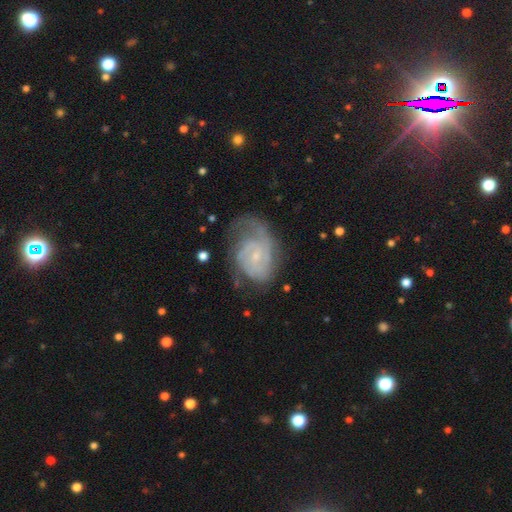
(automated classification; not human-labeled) A featured or disk galaxy (83%) with no bar (63%), 2 (38%) tight (55%) spiral arms (95%) and a small central bulge (76%).

Vote fractions:
- Smooth or featured? featured or disk: 83% / smooth: 11% / star or artifact: 6%
- Edge-on disk? no: 98% / yes: 2%
- Bar? no: 63% / weak: 33% / strong: 5%
- Spiral arms? yes: 95% / no: 5%
- Spiral winding? tight: 55% / medium: 34% / loose: 10%
- Spiral arm count? 2: 38% / can't tell: 27% / 3: 15% / 1: 11% / 4: 5% / more than 4: 4%
- Bulge size? small: 76% / moderate: 17% / none: 6% / large: 1% / dominant: 1%
- Merging? none: 54% / minor disturbance: 24% / major disturbance: 20% / merger: 2%